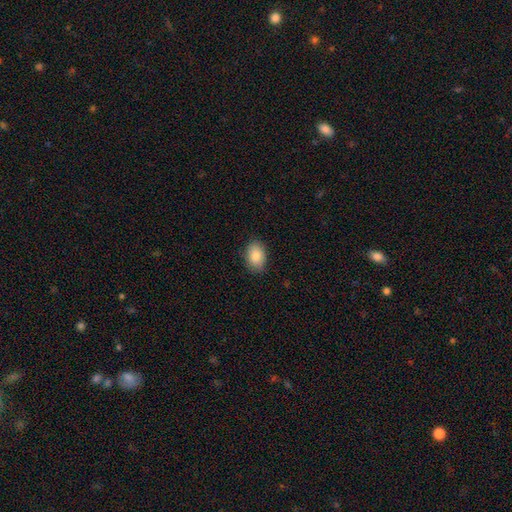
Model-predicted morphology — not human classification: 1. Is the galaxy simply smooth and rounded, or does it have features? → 86% smooth, 7% star or artifact, 7% featured or disk.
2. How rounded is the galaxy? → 82% in between, 17% round, 1% cigar-shaped.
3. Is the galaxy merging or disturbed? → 87% none, 10% minor disturbance, 2% major disturbance, 1% merger.